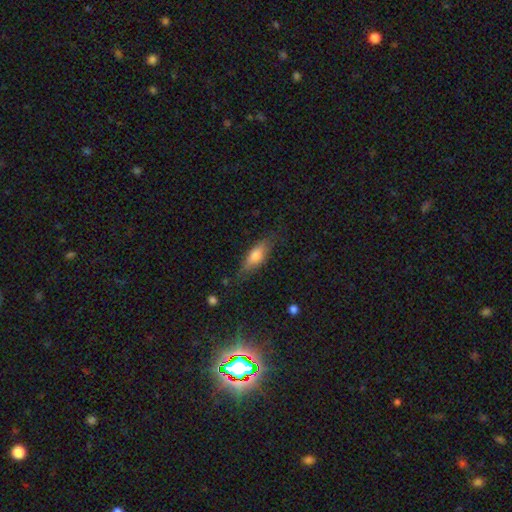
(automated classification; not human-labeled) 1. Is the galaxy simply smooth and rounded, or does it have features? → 67% smooth, 25% featured or disk, 7% star or artifact.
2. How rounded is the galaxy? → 64% in between, 33% cigar-shaped, 3% round.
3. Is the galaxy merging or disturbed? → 73% none, 19% minor disturbance, 6% major disturbance, 2% merger.